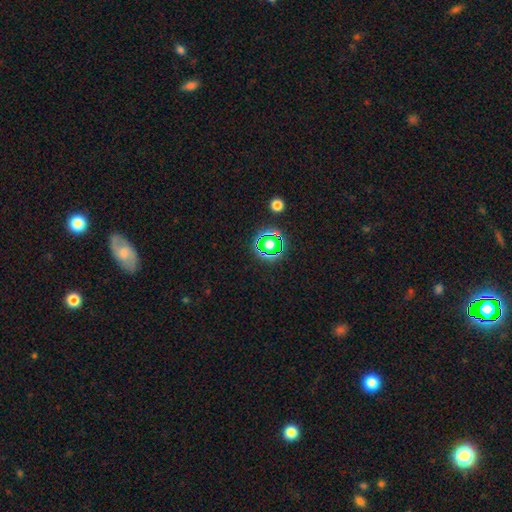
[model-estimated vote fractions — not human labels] Smooth or featured? Predicted: star or artifact (p=0.57).